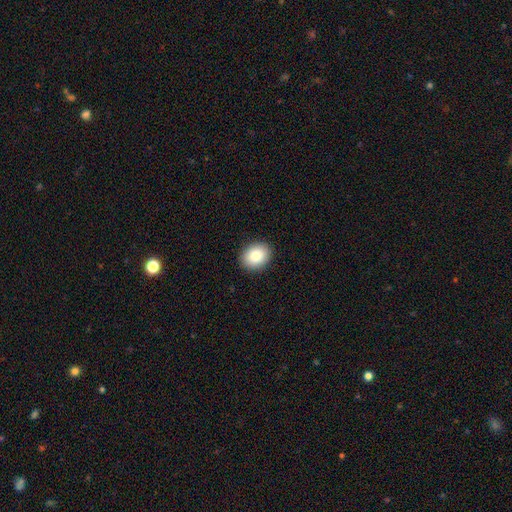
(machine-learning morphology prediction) A smooth galaxy with no disk features (87%) that is in between round and cigar-shaped (57%).

Vote fractions:
- Smooth or featured? smooth: 87% / star or artifact: 7% / featured or disk: 6%
- How rounded? in between: 57% / round: 42% / cigar-shaped: 1%
- Merging? none: 91% / minor disturbance: 6% / major disturbance: 2% / merger: 1%